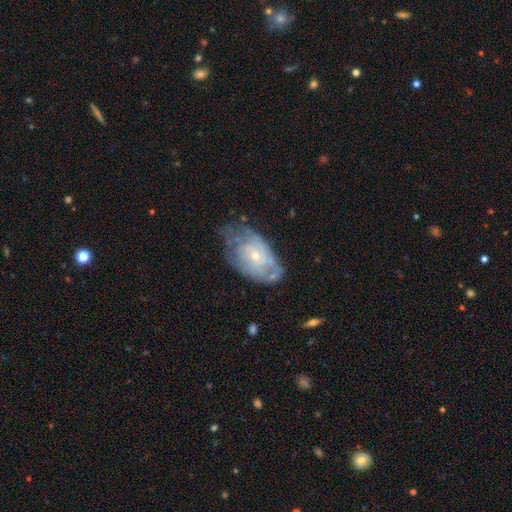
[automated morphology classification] Smooth or featured: featured or disk — 65% (smooth — 28%)
Edge-on disk: no — 94% (yes — 6%)
Bar: no — 79% (weak — 18%)
Spiral arms: yes — 61% (no — 39%)
Bulge size: small — 66% (moderate — 29%)
Merging: none — 44% (minor disturbance — 32%)